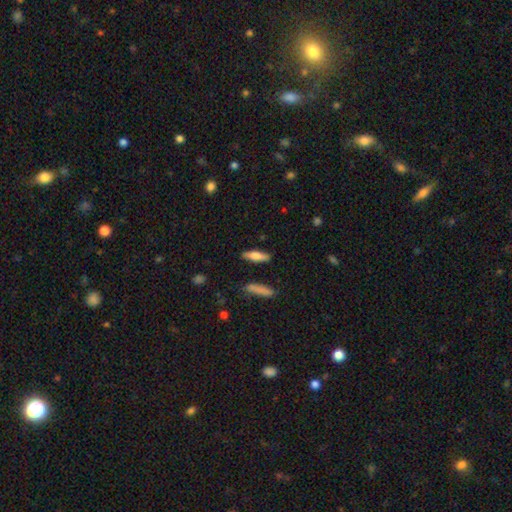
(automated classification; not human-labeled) Smooth or featured: smooth — 68% (featured or disk — 25%)
How rounded: cigar-shaped — 68% (in between — 30%)
Merging: none — 85% (minor disturbance — 10%)